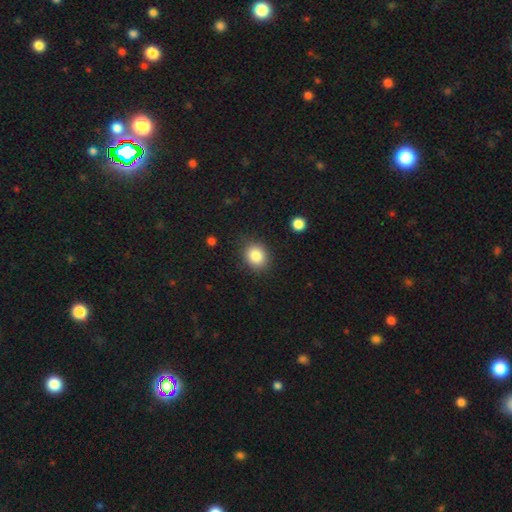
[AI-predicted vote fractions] Smooth or featured? Predicted: smooth (p=0.84). How rounded? Predicted: round (p=0.62). Merging? Predicted: none (p=0.86).